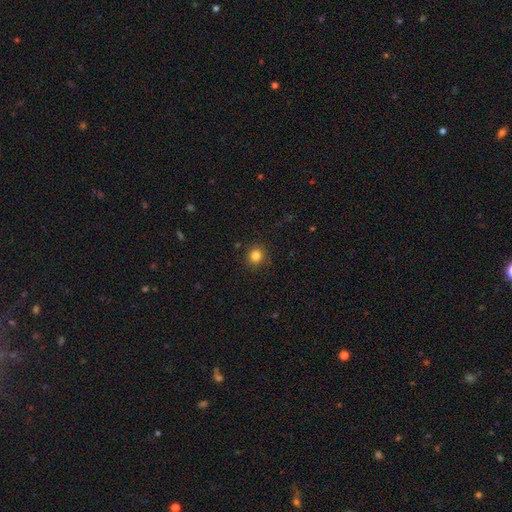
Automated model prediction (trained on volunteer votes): smooth_or_featured: smooth (p=0.83) [alt: star or artifact p=0.12]
how_rounded: round (p=0.88) [alt: in between p=0.11]
merging: none (p=0.88) [alt: minor disturbance p=0.08]